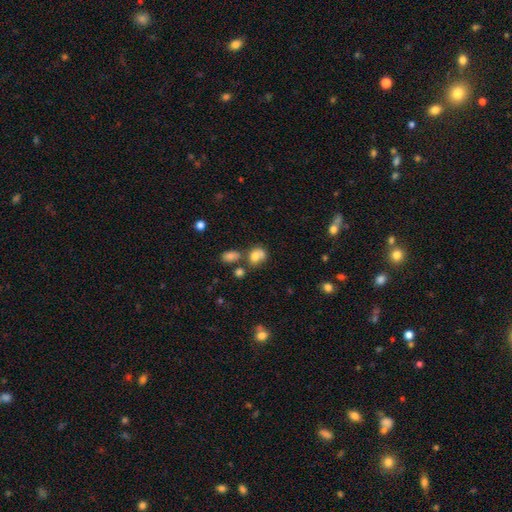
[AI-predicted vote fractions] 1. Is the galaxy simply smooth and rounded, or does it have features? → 73% smooth, 14% featured or disk, 13% star or artifact.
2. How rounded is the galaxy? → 53% round, 46% in between, 1% cigar-shaped.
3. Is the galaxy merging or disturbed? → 42% merger, 37% none, 14% minor disturbance, 7% major disturbance.